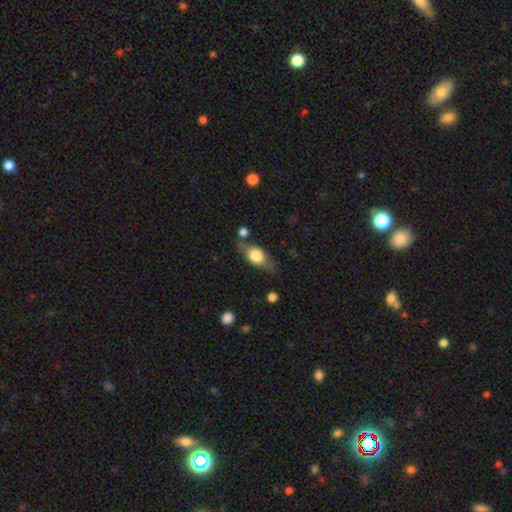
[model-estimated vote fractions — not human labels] smooth_or_featured: smooth (p=0.66) [alt: featured or disk p=0.28]
how_rounded: in between (p=0.77) [alt: cigar-shaped p=0.13]
merging: none (p=0.66) [alt: minor disturbance p=0.21]